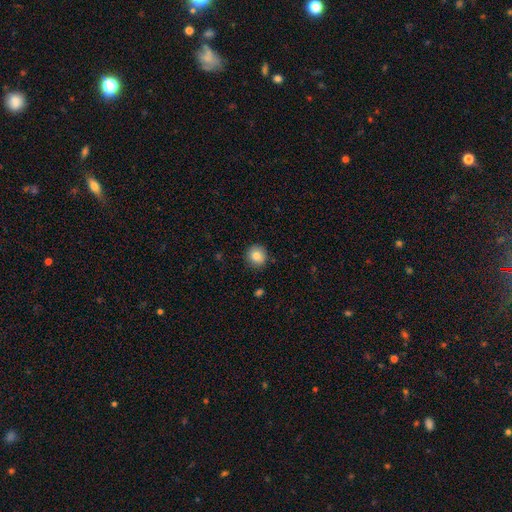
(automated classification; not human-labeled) Smooth or featured: smooth — 84% (star or artifact — 9%)
How rounded: round — 92% (in between — 7%)
Merging: none — 89% (minor disturbance — 8%)